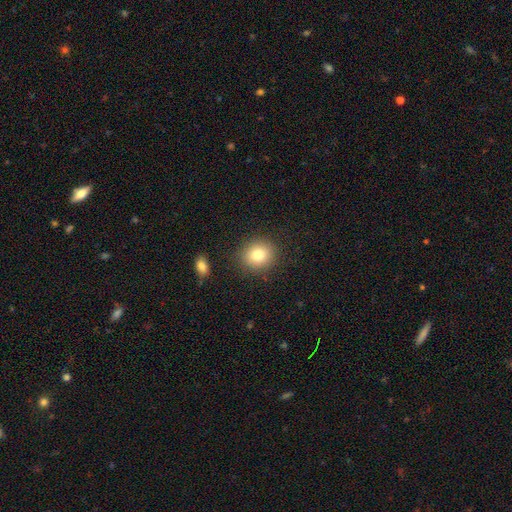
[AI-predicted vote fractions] Smooth or featured? smooth (81%)
How rounded? round (79%)
Merging? none (87%)